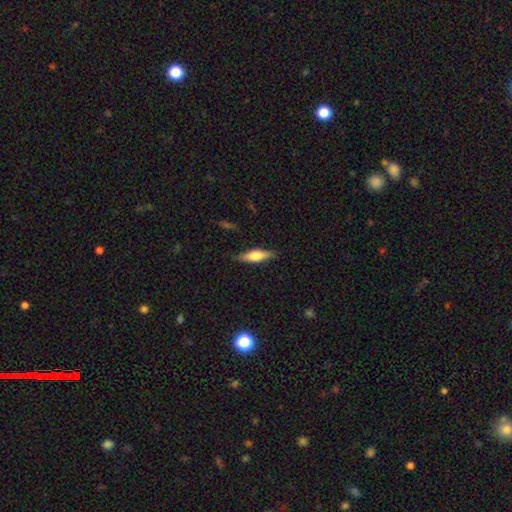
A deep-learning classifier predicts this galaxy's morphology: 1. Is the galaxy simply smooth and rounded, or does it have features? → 48% smooth, 45% featured or disk, 7% star or artifact.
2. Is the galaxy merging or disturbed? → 84% none, 12% minor disturbance, 3% major disturbance, 1% merger.